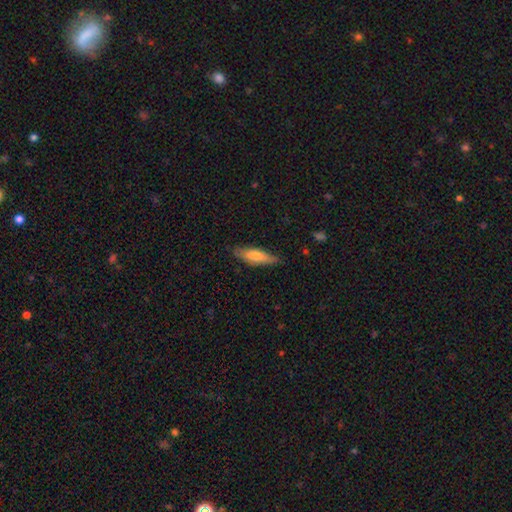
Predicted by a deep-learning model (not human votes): smooth-or-featured: smooth: 67% | featured or disk: 27% | star or artifact: 6%
  how-rounded: cigar-shaped: 65% | in between: 34% | round: 2%
  merging: none: 81% | minor disturbance: 15% | major disturbance: 3% | merger: 1%